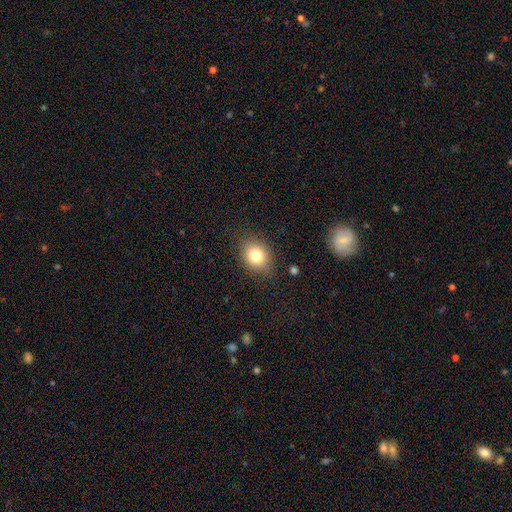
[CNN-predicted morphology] smooth 79%, star or artifact 10%, featured or disk 10%. Down the decision tree: how rounded — in between (52%); merging — none (81%).